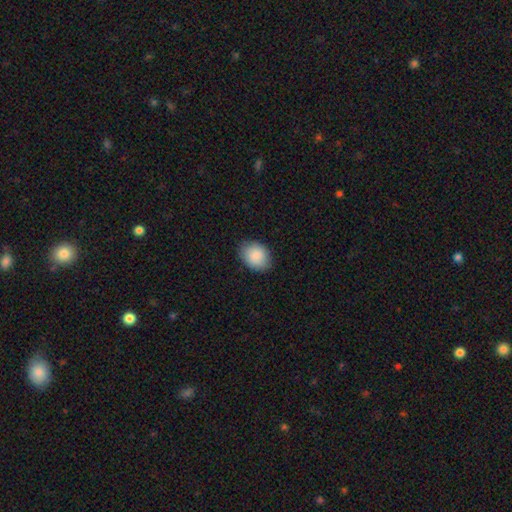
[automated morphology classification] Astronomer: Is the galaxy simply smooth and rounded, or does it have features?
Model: smooth — 89%.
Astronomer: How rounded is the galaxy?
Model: in between — 62%.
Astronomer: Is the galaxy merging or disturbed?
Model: none — 83%.